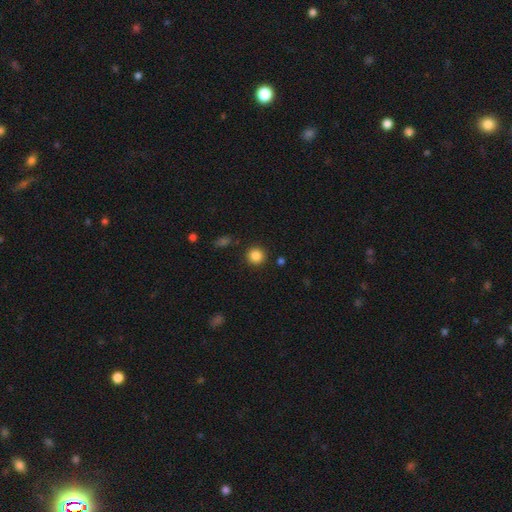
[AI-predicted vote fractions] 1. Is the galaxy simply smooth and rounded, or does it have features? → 85% smooth, 11% star or artifact, 4% featured or disk.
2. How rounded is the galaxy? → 93% round, 6% in between, 1% cigar-shaped.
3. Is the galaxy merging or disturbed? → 90% none, 6% minor disturbance, 2% major disturbance, 2% merger.